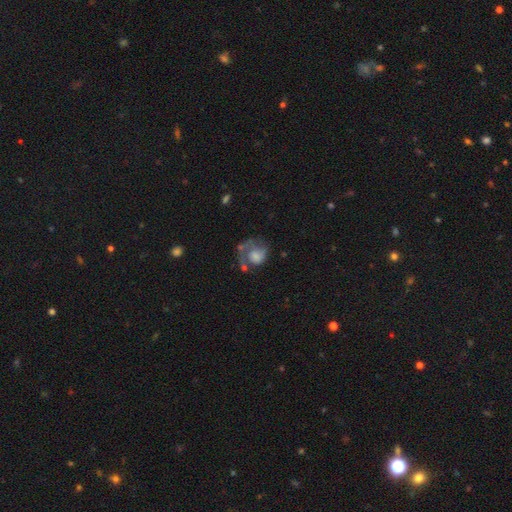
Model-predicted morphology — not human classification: This is possibly a featured or disk galaxy (58%). It is clearly not viewed edge-on (98%). Bar: likely no (78%). Spiral arm pattern: likely yes (77%). Central bulge: marginally small (29%, tied with moderate). Merging: marginally none (38%).